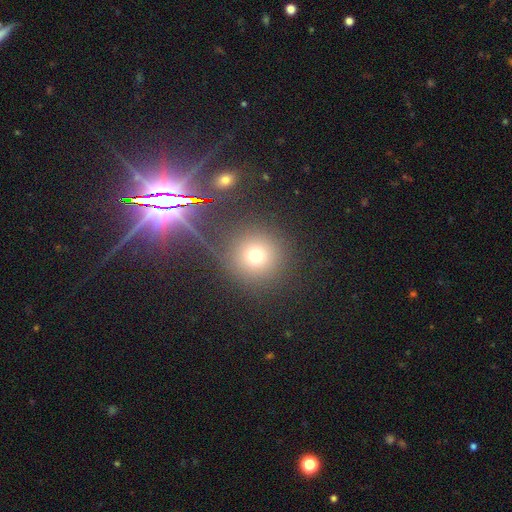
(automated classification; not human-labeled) Q: Smooth or featured?
A: smooth (68%); runner-up: star or artifact (23%)
Q: How rounded?
A: round (94%); runner-up: in between (5%)
Q: Merging?
A: none (84%); runner-up: minor disturbance (7%)